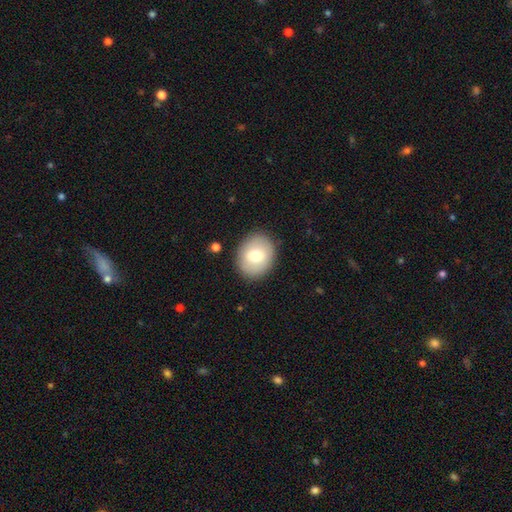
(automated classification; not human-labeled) This appears to be a smooth galaxy with no disk features (70%) that is round (56%). Merging: none (87%).